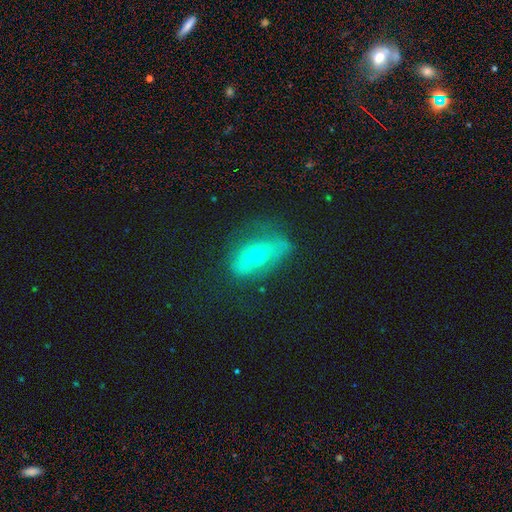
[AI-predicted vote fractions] Smooth or featured? Predicted: smooth (p=0.48). Merging? Predicted: none (p=0.49).